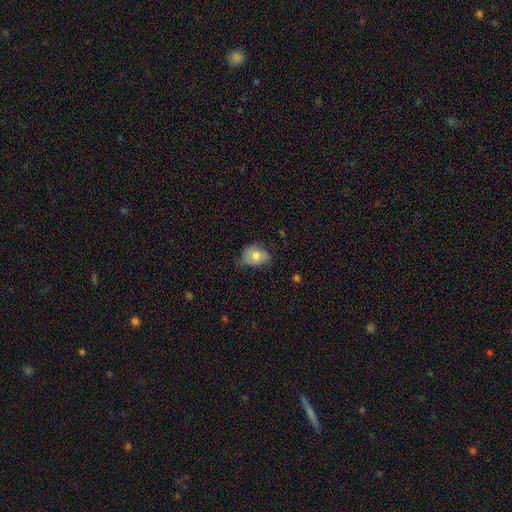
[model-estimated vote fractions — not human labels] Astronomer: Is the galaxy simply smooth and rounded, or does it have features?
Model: smooth — 75%.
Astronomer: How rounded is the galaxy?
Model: in between — 69%.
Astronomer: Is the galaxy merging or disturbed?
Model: none — 51% (runner-up: minor disturbance, 38%).